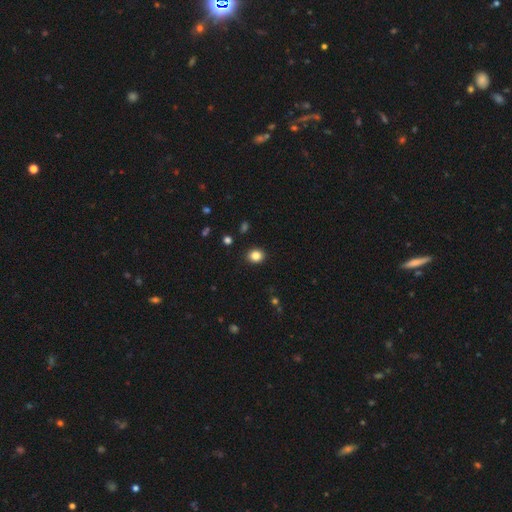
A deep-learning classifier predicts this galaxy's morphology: Overall: smooth (84%). How rounded: round (70%). Merging: none (91%).